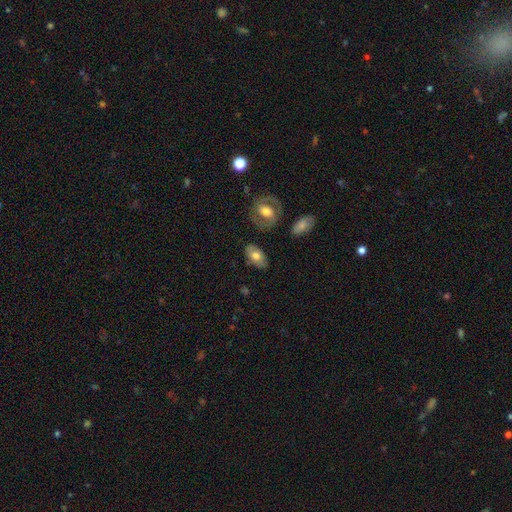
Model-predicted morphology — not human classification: Smooth or featured? smooth (65%)
How rounded? in between (91%)
Merging? none (77%)